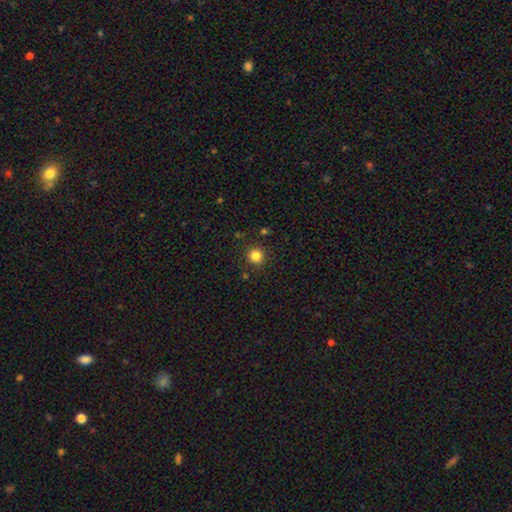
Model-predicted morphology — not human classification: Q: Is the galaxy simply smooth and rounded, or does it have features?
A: smooth — 83%.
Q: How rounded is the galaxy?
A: round — 94%.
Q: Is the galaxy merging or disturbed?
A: none — 89%.